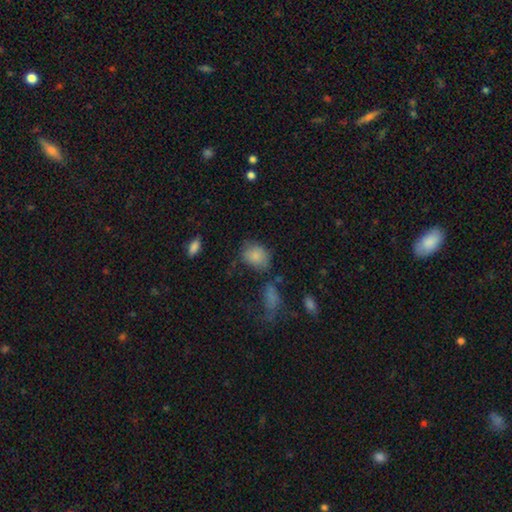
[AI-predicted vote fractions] Smooth or featured? Predicted: smooth (p=0.84). How rounded? Predicted: in between (p=0.60). Merging? Predicted: none (p=0.61).